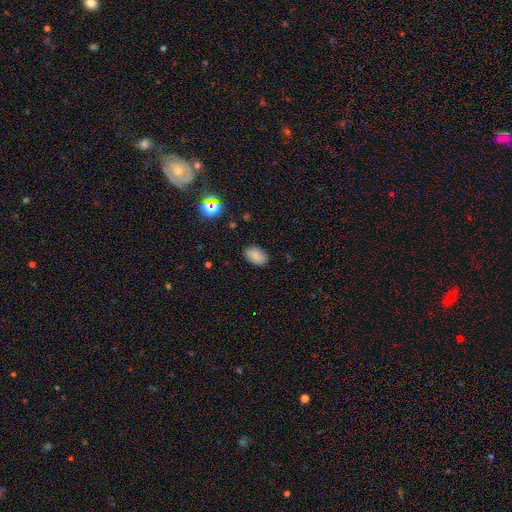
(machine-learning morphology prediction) Smooth or featured? Predicted: smooth (p=0.84). How rounded? Predicted: in between (p=0.87). Merging? Predicted: none (p=0.86).